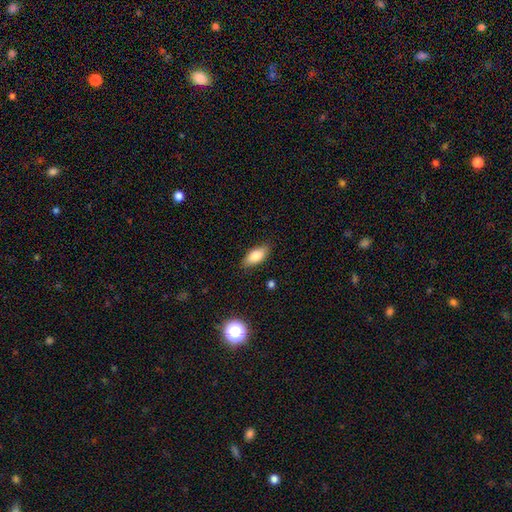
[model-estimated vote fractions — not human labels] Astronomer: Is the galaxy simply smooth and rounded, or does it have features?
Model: smooth — 81%.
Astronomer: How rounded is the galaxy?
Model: in between — 84%.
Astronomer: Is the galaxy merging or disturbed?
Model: none — 86%.